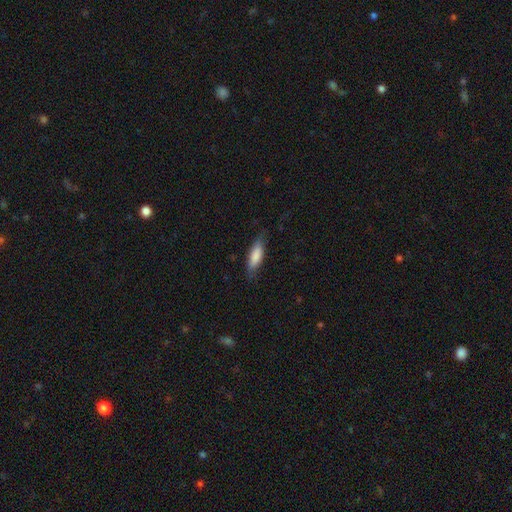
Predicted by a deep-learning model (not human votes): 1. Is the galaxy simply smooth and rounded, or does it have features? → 81% smooth, 13% featured or disk, 6% star or artifact.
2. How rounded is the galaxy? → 55% in between, 43% cigar-shaped, 2% round.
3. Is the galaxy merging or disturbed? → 73% none, 20% minor disturbance, 5% major disturbance, 1% merger.